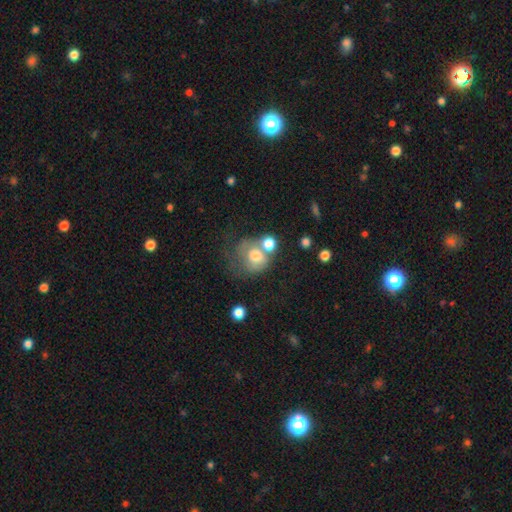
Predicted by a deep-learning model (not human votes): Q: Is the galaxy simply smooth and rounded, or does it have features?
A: smooth — 64%.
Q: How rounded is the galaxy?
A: round — 71%.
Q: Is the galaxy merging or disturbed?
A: merger — 40%.